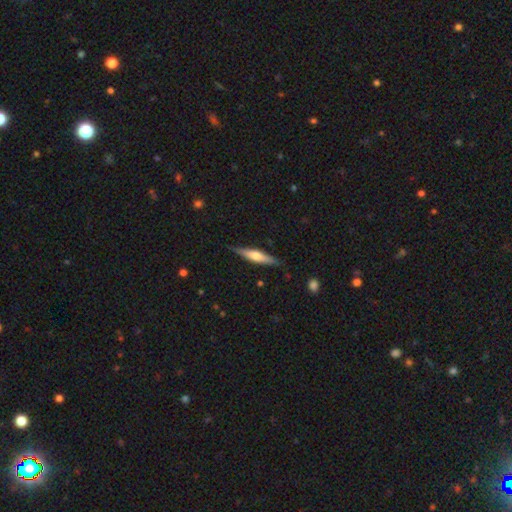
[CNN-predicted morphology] smooth-or-featured: featured or disk: 56% | smooth: 38% | star or artifact: 6%
  disk-edge-on: yes: 96% | no: 4%
    edge-on-bulge: rounded: 80% | boxy: 11% | none: 8%
  merging: none: 86% | minor disturbance: 11% | major disturbance: 2% | merger: 1%